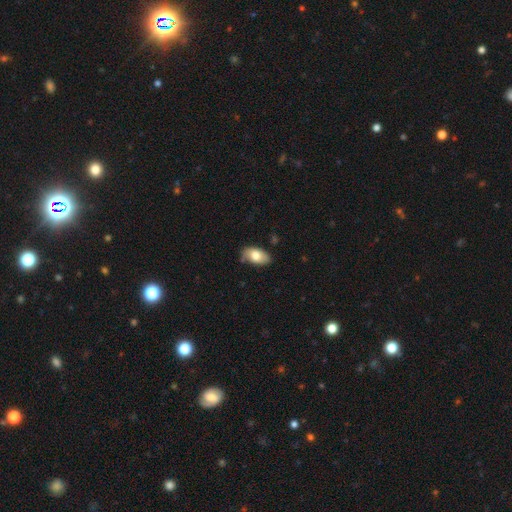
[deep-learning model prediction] Morphology: type=smooth (77%); roundness=in between (94%); merging=none (73%).